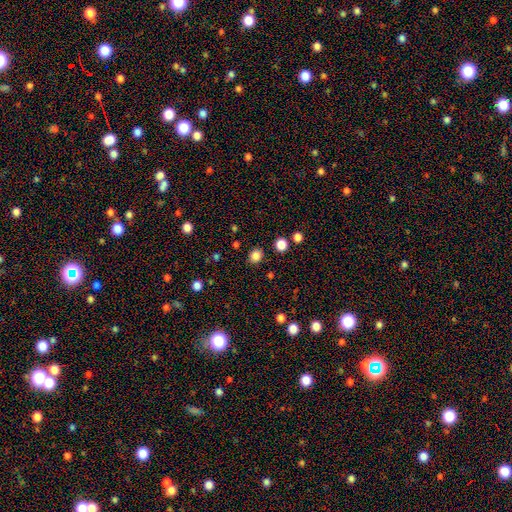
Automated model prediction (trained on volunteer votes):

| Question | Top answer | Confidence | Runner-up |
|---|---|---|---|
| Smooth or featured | smooth | 83% | star or artifact (13%) |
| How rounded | round | 79% | in between (20%) |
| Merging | none | 87% | minor disturbance (8%) |